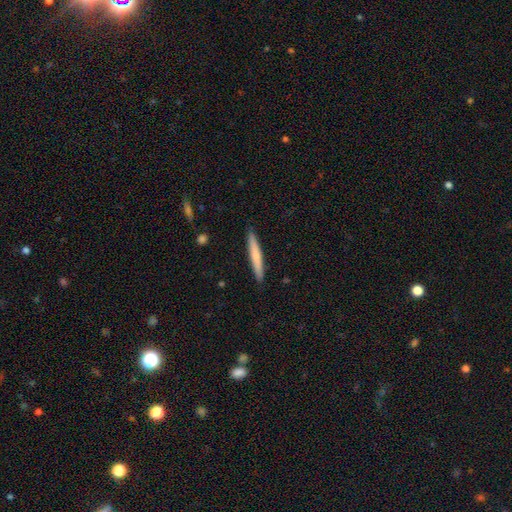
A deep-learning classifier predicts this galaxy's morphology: type=smooth (64%); roundness=cigar-shaped (95%); merging=none (91%).